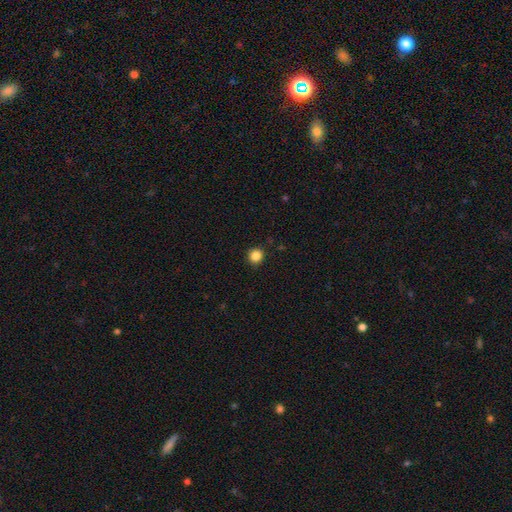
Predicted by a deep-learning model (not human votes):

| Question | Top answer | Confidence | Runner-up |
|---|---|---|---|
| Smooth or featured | smooth | 85% | star or artifact (11%) |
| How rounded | round | 92% | in between (7%) |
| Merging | none | 91% | minor disturbance (6%) |